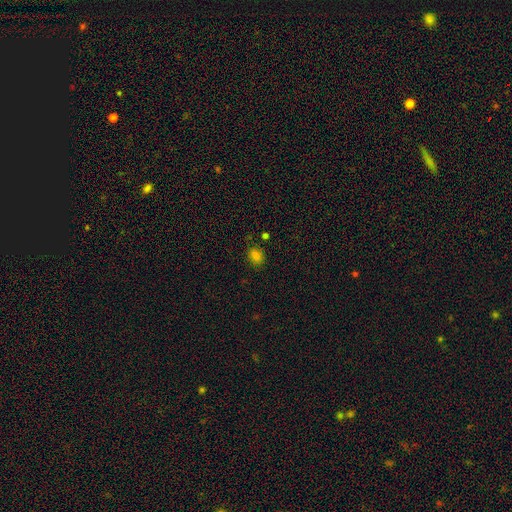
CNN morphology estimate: Overall: smooth (79%). How rounded: in between (51%; round 48%). Merging: none (82%).